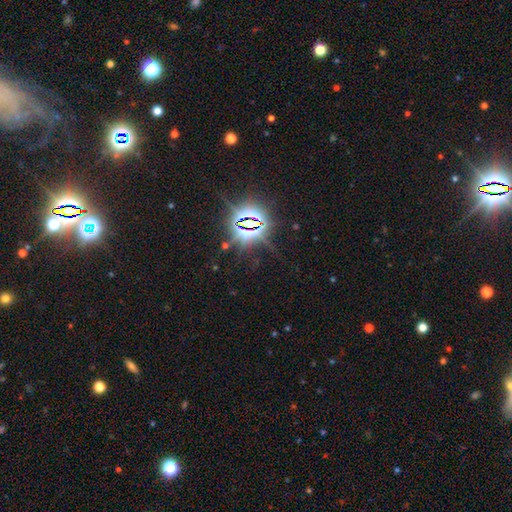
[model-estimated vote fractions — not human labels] smooth_or_featured: star or artifact (p=0.81) [alt: smooth p=0.11]